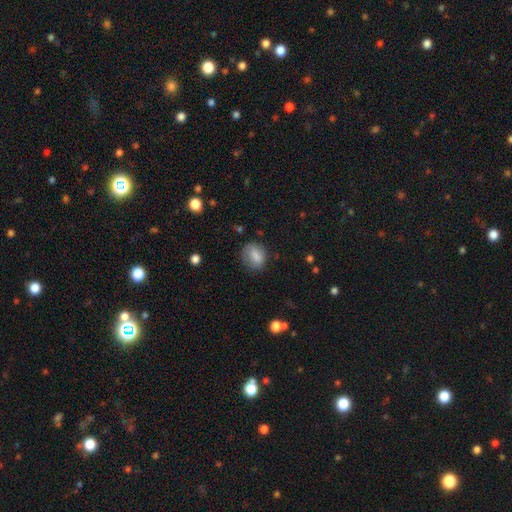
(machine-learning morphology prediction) smooth_or_featured: smooth (p=0.79) [alt: featured or disk p=0.12]
how_rounded: in between (p=0.51) [alt: round p=0.47]
merging: none (p=0.69) [alt: minor disturbance p=0.22]